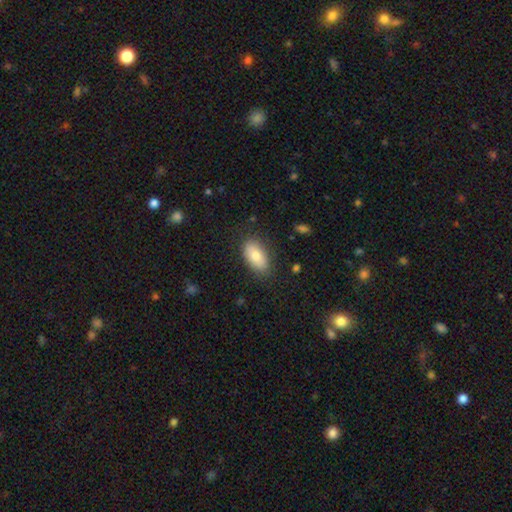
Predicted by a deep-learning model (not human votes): Smooth or featured? Predicted: smooth (p=0.79). How rounded? Predicted: in between (p=0.93). Merging? Predicted: none (p=0.82).